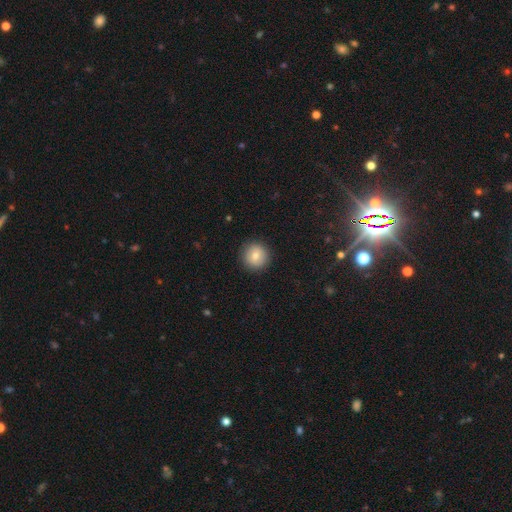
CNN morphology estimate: Smooth or featured? smooth (79%)
How rounded? round (95%)
Merging? none (90%)